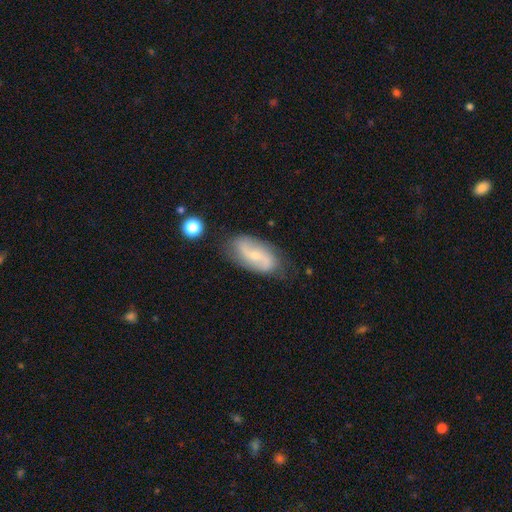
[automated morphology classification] Smooth or featured?
  - featured or disk: 74% *
  - smooth: 19%
  - star or artifact: 6%
Edge-on disk?
  - no: 95% *
  - yes: 5%
Bar?
  - no: 47% *
  - weak: 40%
  - strong: 13%
Spiral arms?
  - yes: 92% *
  - no: 8%
Spiral winding?
  - loose: 55% *
  - medium: 33%
  - tight: 13%
Spiral arm count?
  - 2: 89% *
  - can't tell: 6%
  - 1: 2%
  - 3: 1%
  - 4: 1%
  - more than 4: 1%
Bulge size?
  - small: 64% *
  - moderate: 31%
  - none: 2%
  - large: 1%
  - dominant: 1%
Merging?
  - none: 77% *
  - minor disturbance: 16%
  - major disturbance: 4%
  - merger: 2%